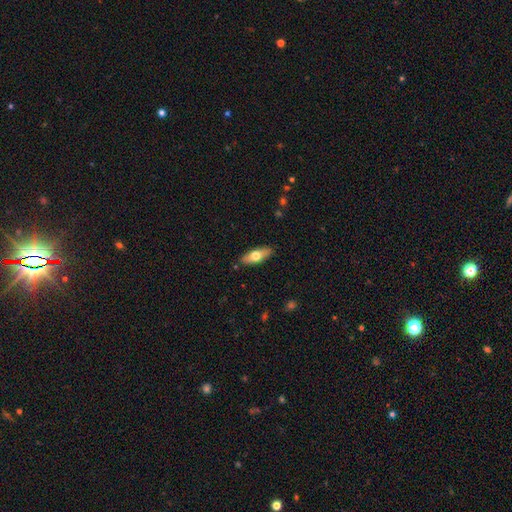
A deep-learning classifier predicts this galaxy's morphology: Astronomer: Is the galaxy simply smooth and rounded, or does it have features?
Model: smooth — 61%.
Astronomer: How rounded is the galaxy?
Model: in between — 65%.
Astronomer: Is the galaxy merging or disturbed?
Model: none — 88%.